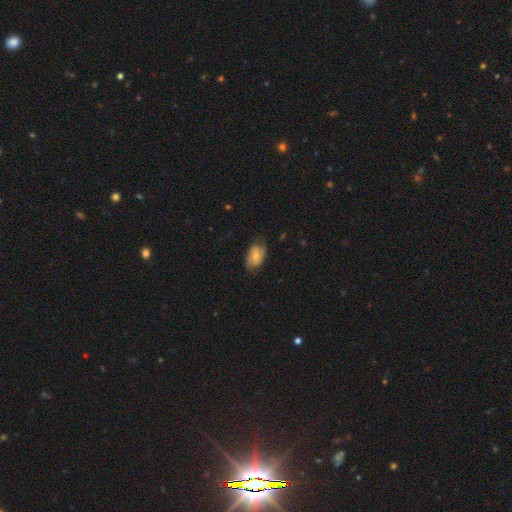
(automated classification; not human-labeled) Smooth or featured? Predicted: smooth (p=0.63). How rounded? Predicted: in between (p=0.88). Merging? Predicted: none (p=0.65).